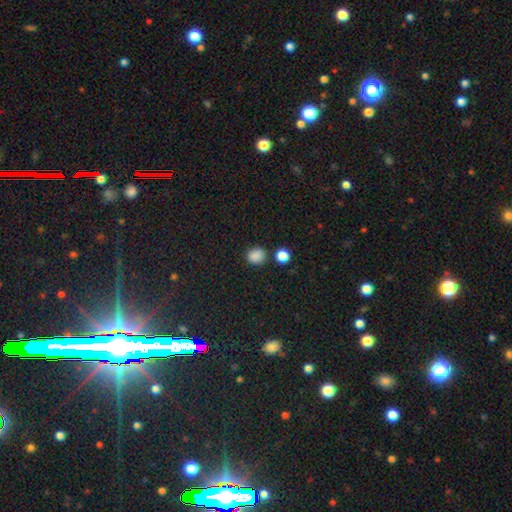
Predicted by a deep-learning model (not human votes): Smooth or featured: smooth — 85% (star or artifact — 12%)
How rounded: round — 71% (in between — 28%)
Merging: none — 79% (minor disturbance — 12%)